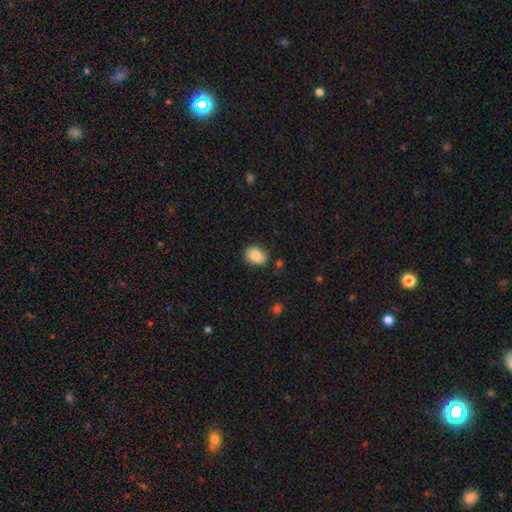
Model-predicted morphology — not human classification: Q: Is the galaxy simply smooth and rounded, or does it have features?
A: smooth — 85%.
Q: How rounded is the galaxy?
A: in between — 66%.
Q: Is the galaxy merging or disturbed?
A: none — 79%.